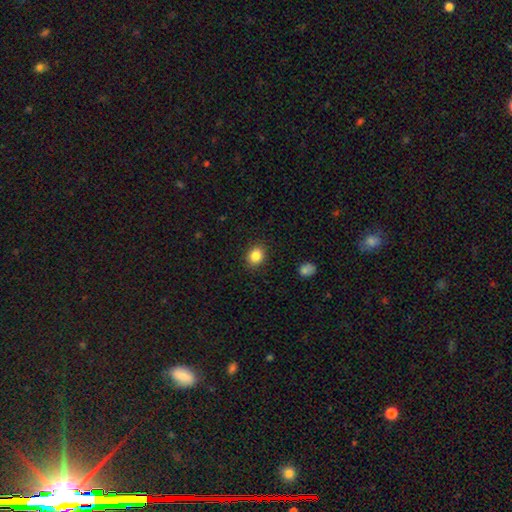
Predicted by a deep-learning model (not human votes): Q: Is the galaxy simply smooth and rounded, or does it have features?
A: smooth — 85%.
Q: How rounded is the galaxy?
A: round — 58%.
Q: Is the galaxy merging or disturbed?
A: none — 89%.